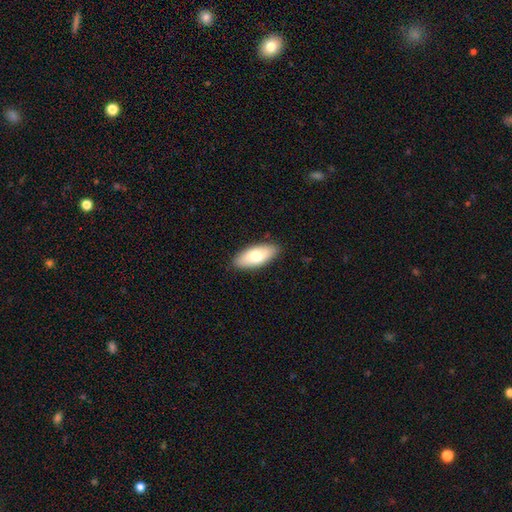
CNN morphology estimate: smooth_or_featured: smooth (p=0.74) [alt: featured or disk p=0.20]
how_rounded: in between (p=0.86) [alt: cigar-shaped p=0.12]
merging: none (p=0.88) [alt: minor disturbance p=0.09]